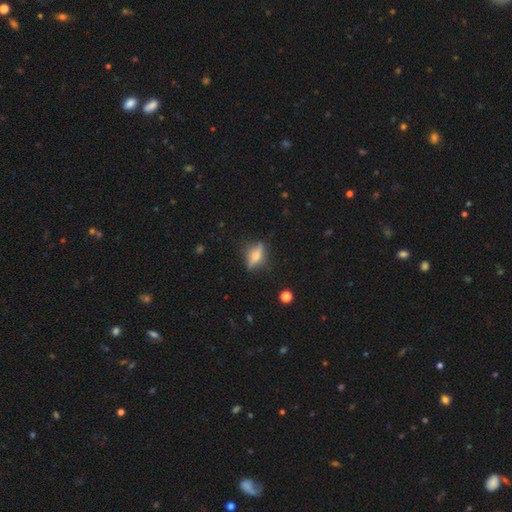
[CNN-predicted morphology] This is possibly a featured or disk galaxy (52%). It is clearly viewed edge-on (87%). Merging: likely none (79%).